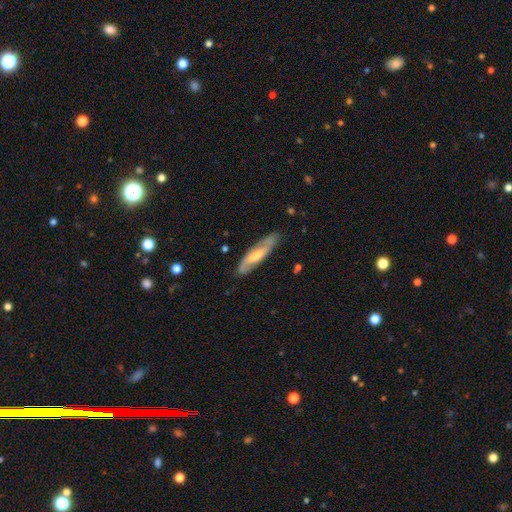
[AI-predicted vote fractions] Overall: featured or disk (55%; smooth 39%). Edge-on disk: no (64%; yes 36%). Merging: none (82%).